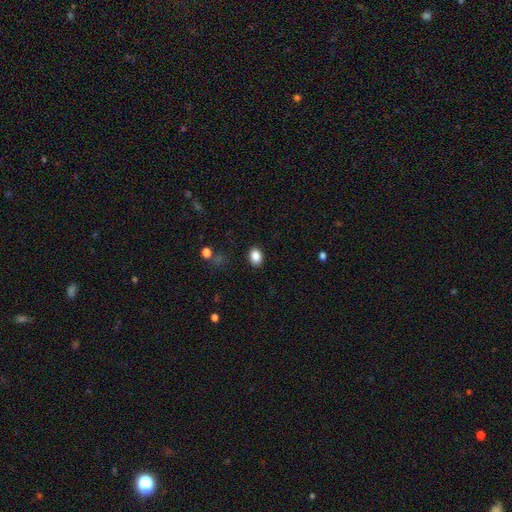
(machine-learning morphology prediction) A smooth galaxy with no disk features (86%) that is in between round and cigar-shaped (72%).

Vote fractions:
- Smooth or featured? smooth: 86% / star or artifact: 9% / featured or disk: 4%
- How rounded? in between: 72% / round: 27% / cigar-shaped: 1%
- Merging? none: 88% / minor disturbance: 9% / major disturbance: 2% / merger: 1%